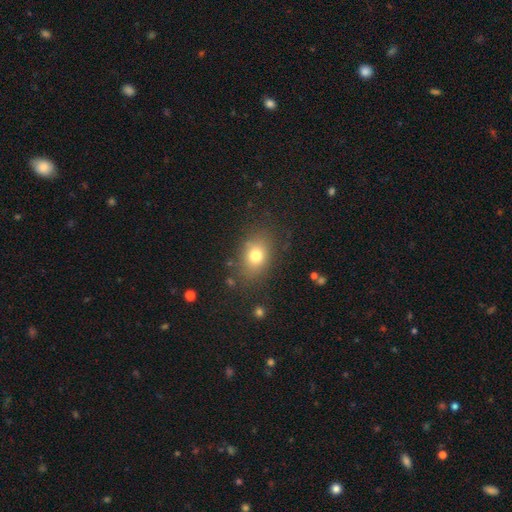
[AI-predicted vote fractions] The model was most divided on "how rounded": in between: 66%, round: 33%, cigar-shaped: 1%. More confident: merging — none (79%); smooth or featured — smooth (76%).